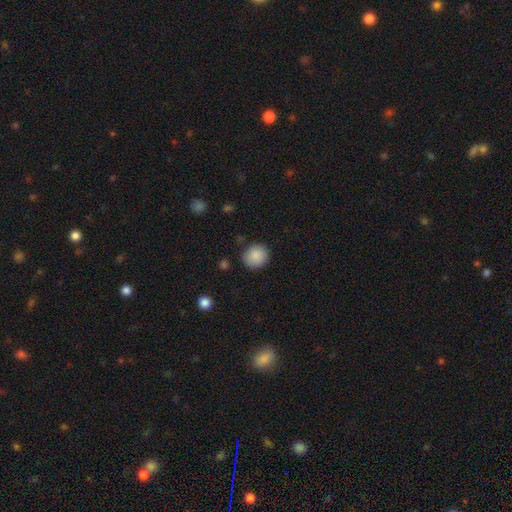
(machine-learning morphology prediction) The model was most divided on "how rounded": round: 85%, in between: 14%, cigar-shaped: 1%. More confident: smooth or featured — smooth (88%); merging — none (85%).